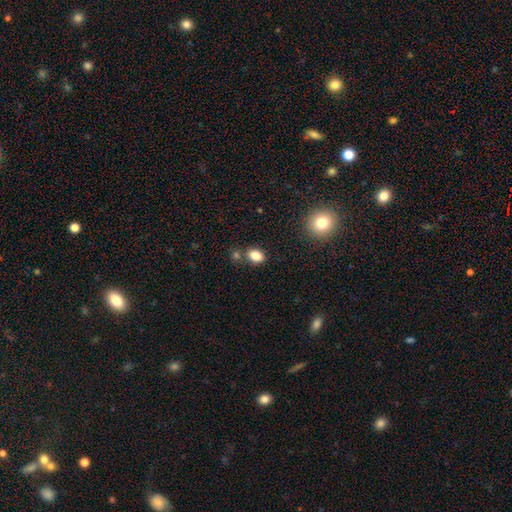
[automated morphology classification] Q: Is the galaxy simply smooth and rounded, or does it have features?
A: smooth — 83%.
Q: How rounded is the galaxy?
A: in between — 74%.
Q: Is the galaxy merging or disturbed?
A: none — 73%.